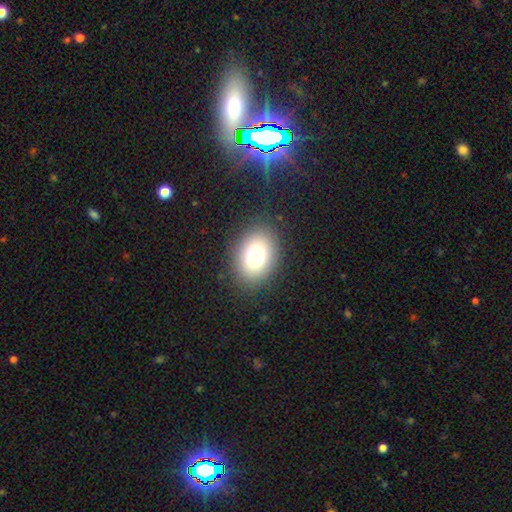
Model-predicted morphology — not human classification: The model was most divided on "how rounded": in between: 71%, round: 28%, cigar-shaped: 1%. More confident: merging — none (85%); smooth or featured — smooth (79%).